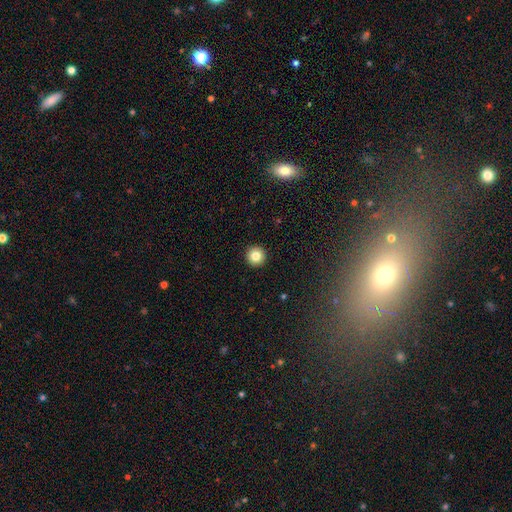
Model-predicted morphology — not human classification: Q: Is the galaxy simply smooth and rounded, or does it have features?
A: smooth — 83%.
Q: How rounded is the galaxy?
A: round — 96%.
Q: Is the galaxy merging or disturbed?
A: none — 94%.